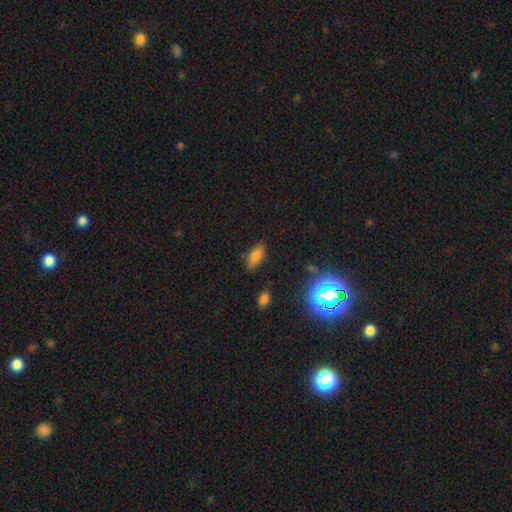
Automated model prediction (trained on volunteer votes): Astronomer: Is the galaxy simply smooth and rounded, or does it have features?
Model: smooth — 79%.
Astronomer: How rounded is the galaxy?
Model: in between — 90%.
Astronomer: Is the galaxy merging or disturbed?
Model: none — 80%.